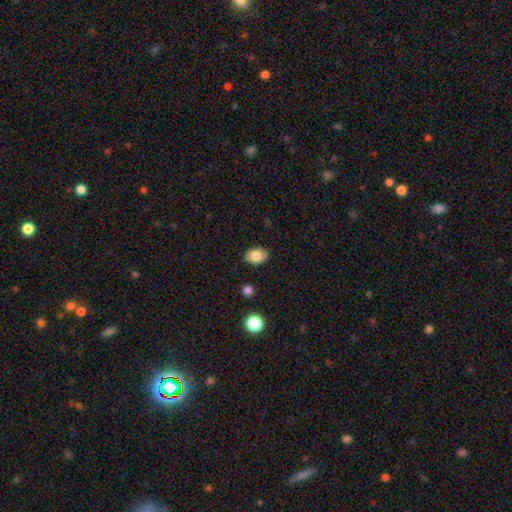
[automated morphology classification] A smooth galaxy with no disk features (83%) that is in between round and cigar-shaped (74%). Merging: none (88%).